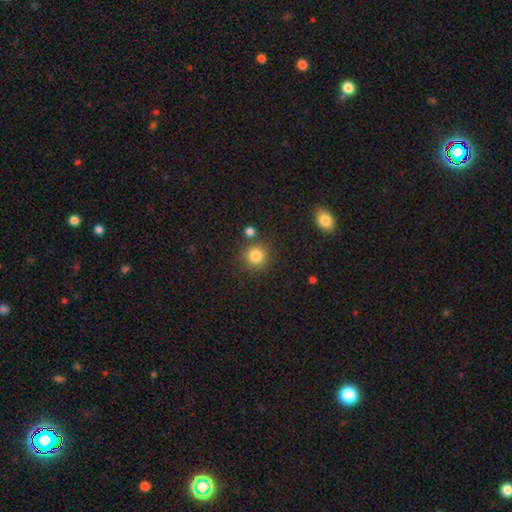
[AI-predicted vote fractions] Smooth or featured? smooth (83%)
How rounded? round (92%)
Merging? none (82%)